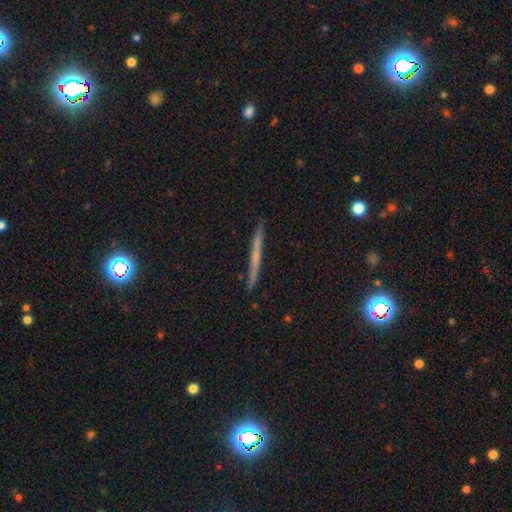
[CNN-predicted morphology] Smooth or featured? Predicted: featured or disk (p=0.50). Merging? Predicted: none (p=0.88).